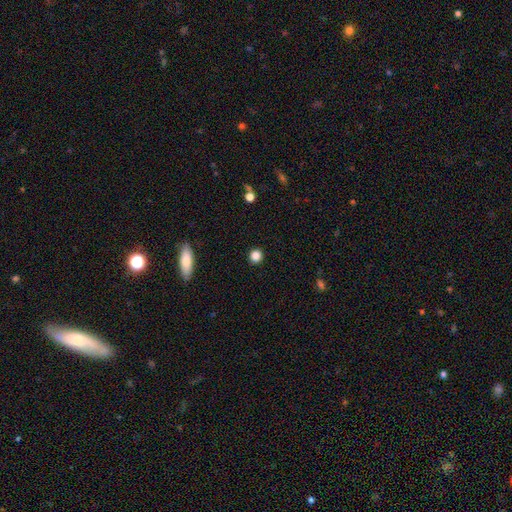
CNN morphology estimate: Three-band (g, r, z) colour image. It shows a smooth galaxy with no disk features (85%) that is round (93%). Merging: none (92%).